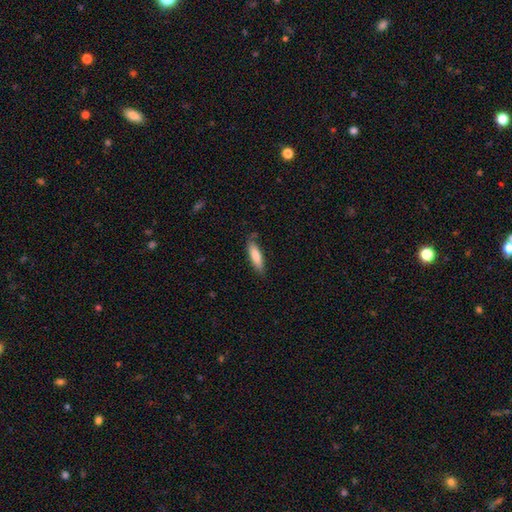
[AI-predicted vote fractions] The model was most divided on "how rounded": cigar-shaped: 64%, in between: 34%, round: 1%. More confident: smooth or featured — smooth (79%); merging — none (74%).